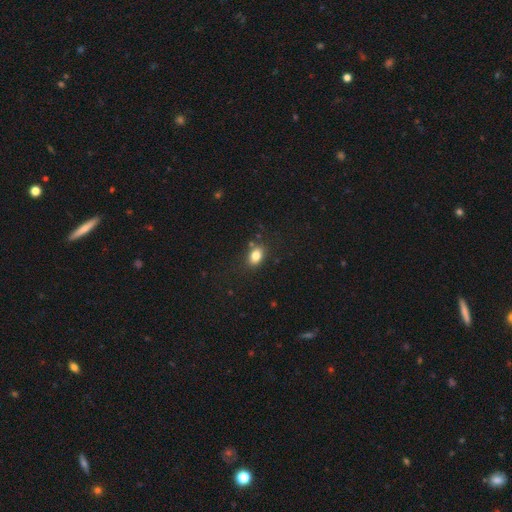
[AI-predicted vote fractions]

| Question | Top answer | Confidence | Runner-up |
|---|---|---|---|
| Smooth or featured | smooth | 82% | star or artifact (10%) |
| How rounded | in between | 77% | round (21%) |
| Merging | none | 80% | minor disturbance (12%) |